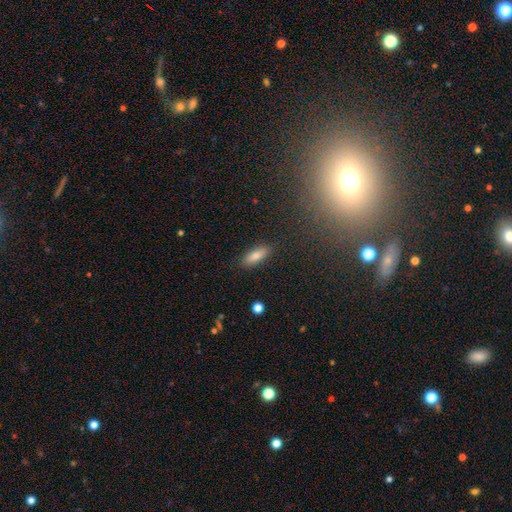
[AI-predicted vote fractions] This is likely a smooth galaxy (79%). How rounded: likely in between (63%). Merging: clearly none (88%).